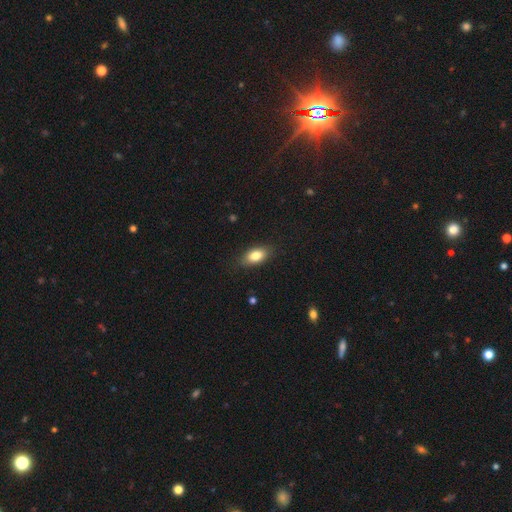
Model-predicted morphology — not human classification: type=smooth (82%); roundness=in between (88%); merging=none (84%).